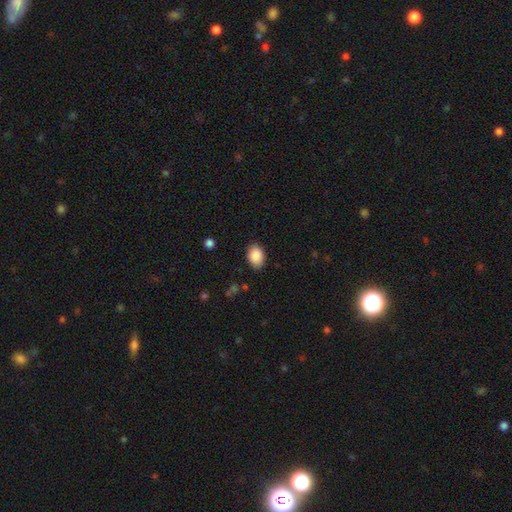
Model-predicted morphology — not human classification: smooth_or_featured: smooth (p=0.89) [alt: star or artifact p=0.07]
how_rounded: in between (p=0.78) [alt: round p=0.21]
merging: none (p=0.85) [alt: minor disturbance p=0.11]